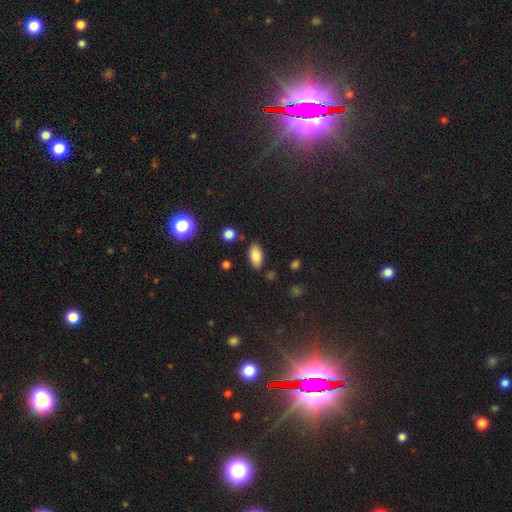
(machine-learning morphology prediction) smooth 84%, star or artifact 9%, featured or disk 7%. Down the decision tree: how rounded — in between (91%); merging — none (82%).